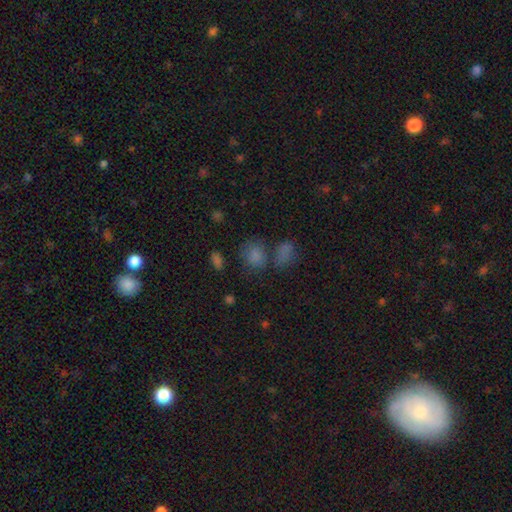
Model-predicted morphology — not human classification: This is likely a smooth galaxy (75%). How rounded: possibly round (56%). Merging: possibly none (55%).